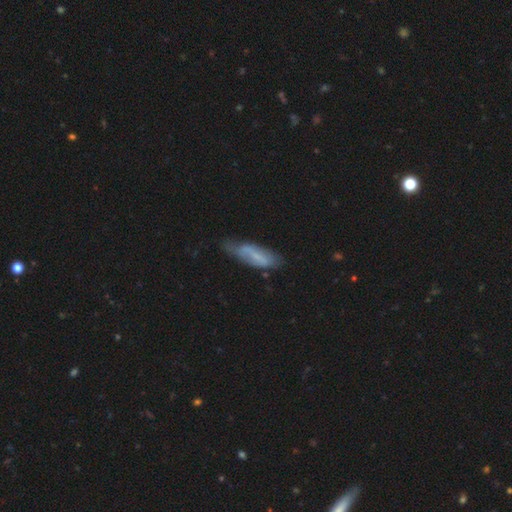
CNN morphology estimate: smooth_or_featured: smooth (p=0.48) [alt: featured or disk p=0.44]
merging: none (p=0.51) [alt: minor disturbance p=0.34]